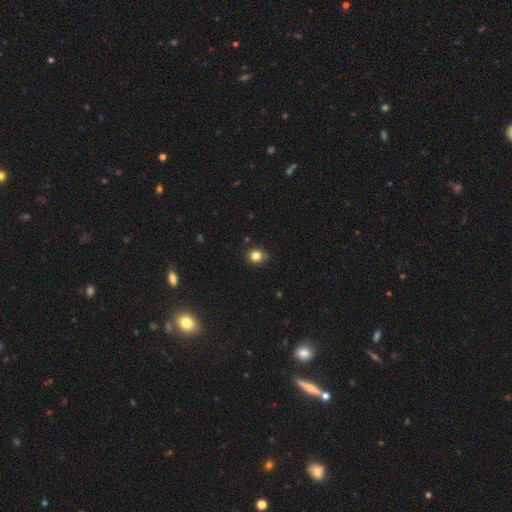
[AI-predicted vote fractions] Q: Smooth or featured?
A: smooth (83%); runner-up: star or artifact (12%)
Q: How rounded?
A: round (83%); runner-up: in between (16%)
Q: Merging?
A: none (86%); runner-up: minor disturbance (11%)